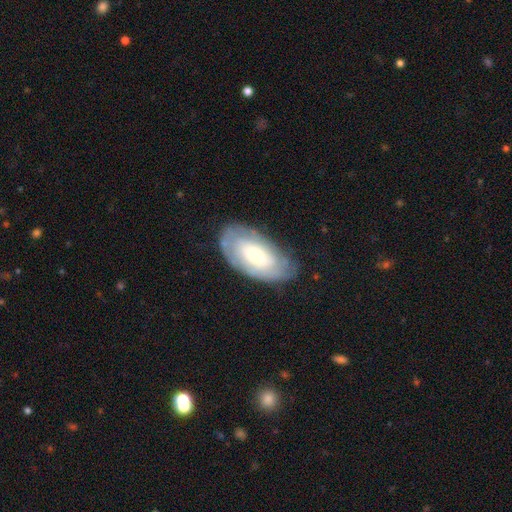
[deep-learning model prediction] Smooth or featured? Predicted: featured or disk (p=0.50). Merging? Predicted: none (p=0.73).